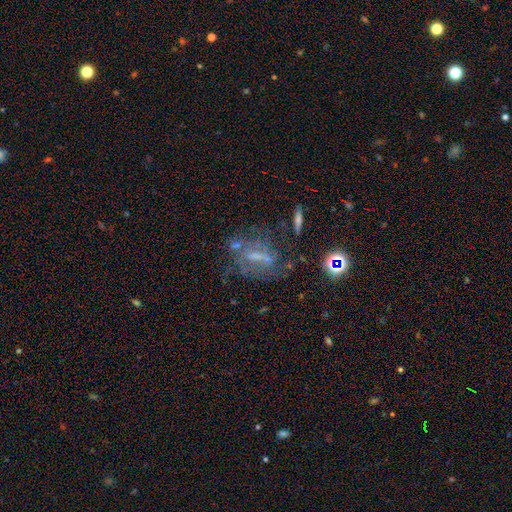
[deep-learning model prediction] smooth-or-featured: featured or disk: 54% | star or artifact: 24% | smooth: 22%
  disk-edge-on: no: 86% | yes: 14%
  merging: none: 53% | major disturbance: 20% | minor disturbance: 19% | merger: 8%